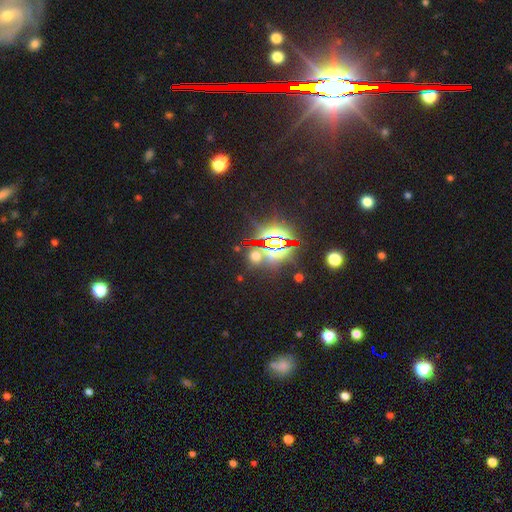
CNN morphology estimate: This appears to be a star or artifact, not a galaxy (67%).